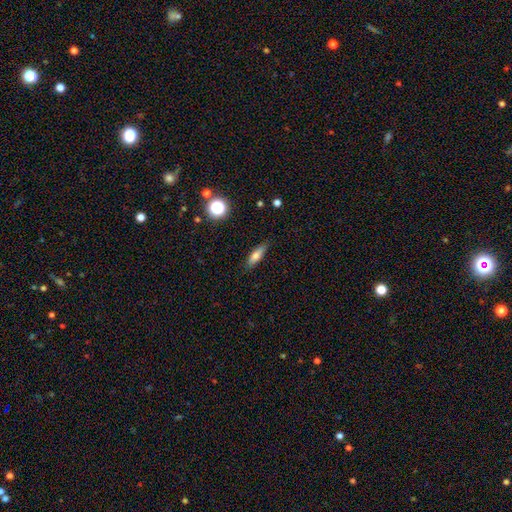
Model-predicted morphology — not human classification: Overall: smooth (72%). How rounded: cigar-shaped (57%; in between 40%). Merging: none (84%).